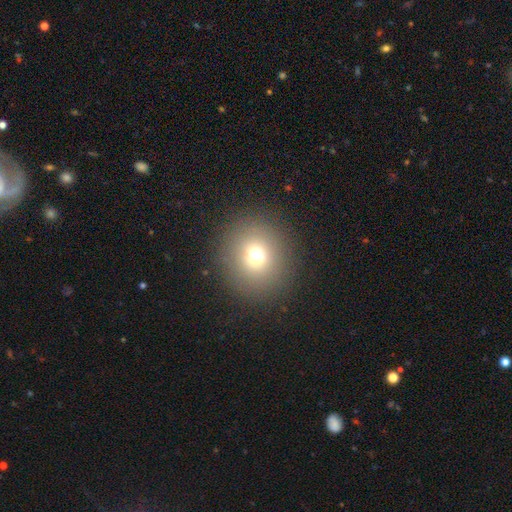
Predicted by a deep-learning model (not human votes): Morphology: type=smooth (68%); roundness=round (89%); merging=none (88%).